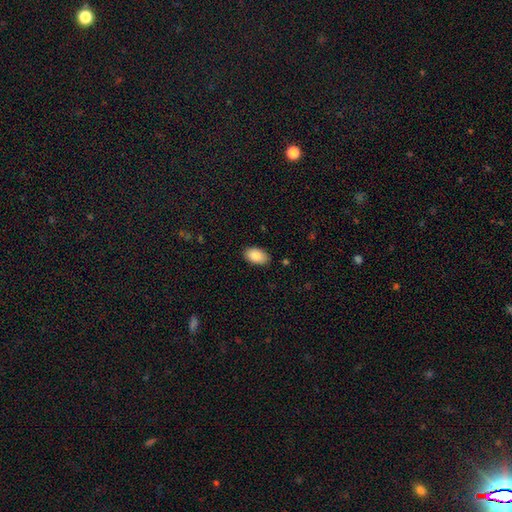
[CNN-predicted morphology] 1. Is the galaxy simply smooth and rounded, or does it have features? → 87% smooth, 7% star or artifact, 6% featured or disk.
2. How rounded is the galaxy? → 93% in between, 6% round, 1% cigar-shaped.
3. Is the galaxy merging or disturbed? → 87% none, 10% minor disturbance, 2% major disturbance, 1% merger.